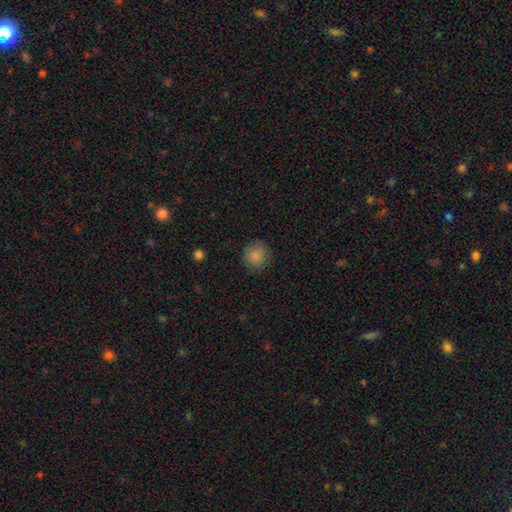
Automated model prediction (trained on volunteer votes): Smooth or featured? Predicted: smooth (p=0.87). How rounded? Predicted: round (p=0.89). Merging? Predicted: none (p=0.87).